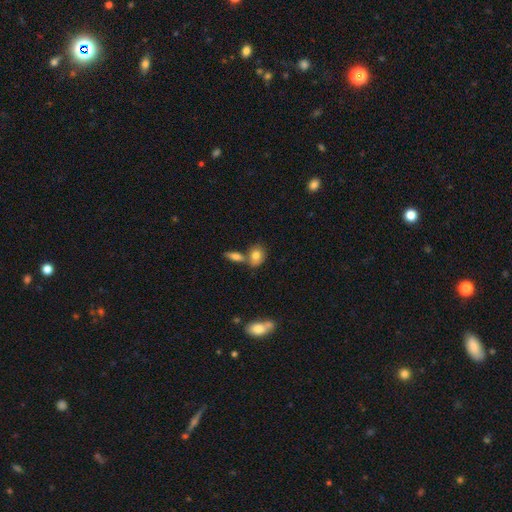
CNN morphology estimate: type=smooth (79%); roundness=in between (62%); merging=none (55%).